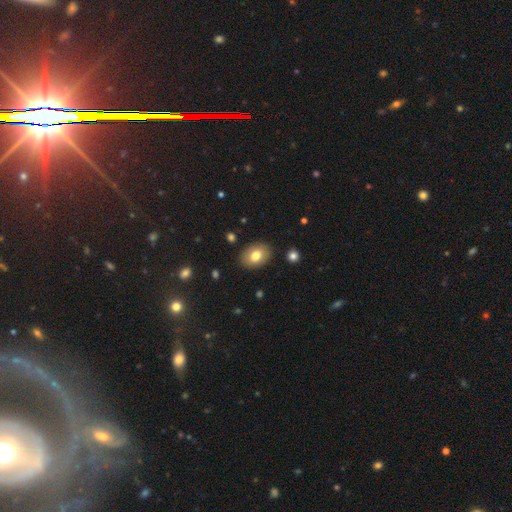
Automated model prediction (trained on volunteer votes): Smooth or featured?
  - smooth: 77% *
  - featured or disk: 15%
  - star or artifact: 8%
How rounded?
  - in between: 78% *
  - round: 21%
  - cigar-shaped: 1%
Merging?
  - none: 88% *
  - minor disturbance: 8%
  - major disturbance: 2%
  - merger: 1%